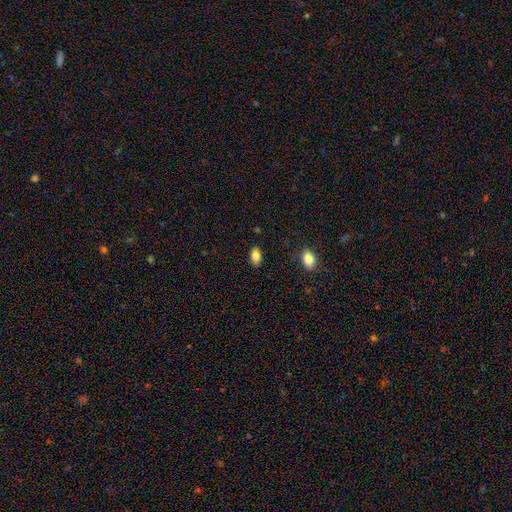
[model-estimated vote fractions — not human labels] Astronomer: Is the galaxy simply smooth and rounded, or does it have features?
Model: smooth — 85%.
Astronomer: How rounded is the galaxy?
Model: in between — 87%.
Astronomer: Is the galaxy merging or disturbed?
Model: none — 84%.